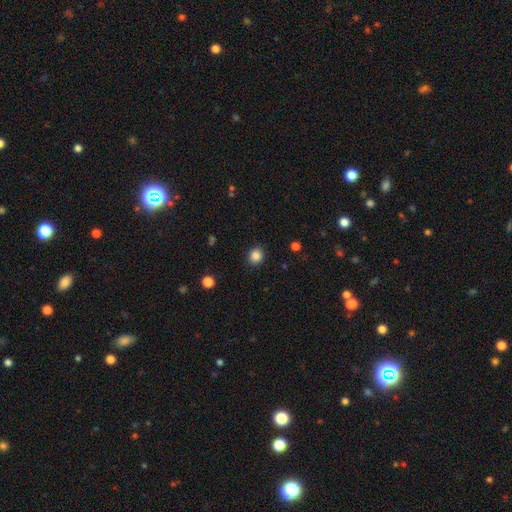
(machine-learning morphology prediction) A smooth galaxy with no disk features (85%) that is round (73%).

Vote fractions:
- Smooth or featured? smooth: 85% / star or artifact: 11% / featured or disk: 4%
- How rounded? round: 73% / in between: 26% / cigar-shaped: 1%
- Merging? none: 90% / minor disturbance: 7% / major disturbance: 2% / merger: 1%